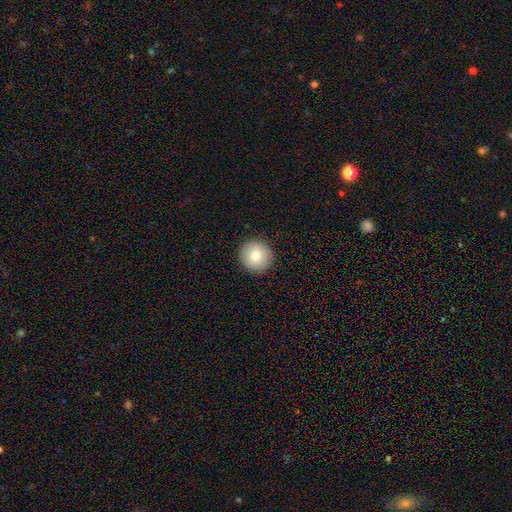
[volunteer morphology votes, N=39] type=smooth (90%); roundness=round (100%); merging=none (92%).